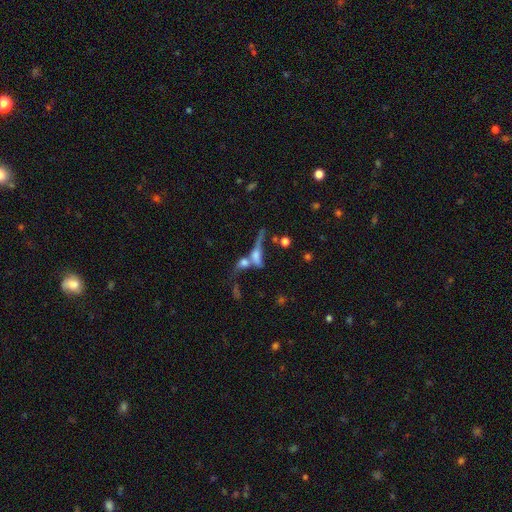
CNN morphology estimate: Q: Smooth or featured?
A: featured or disk (46%); runner-up: smooth (40%)
Q: Merging?
A: merger (53%); runner-up: none (21%)